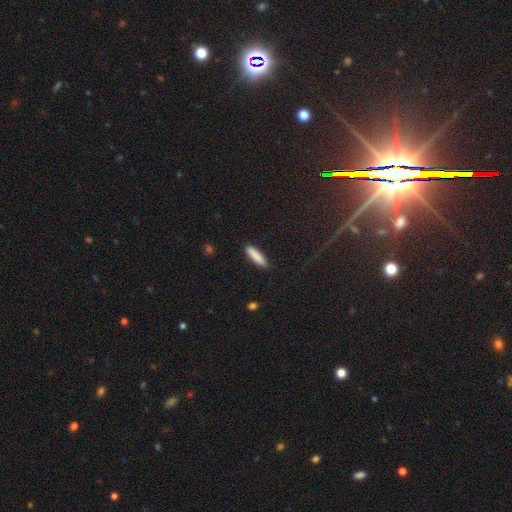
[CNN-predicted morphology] smooth_or_featured: smooth (p=0.87) [alt: featured or disk p=0.07]
how_rounded: cigar-shaped (p=0.76) [alt: in between p=0.22]
merging: none (p=0.88) [alt: minor disturbance p=0.09]